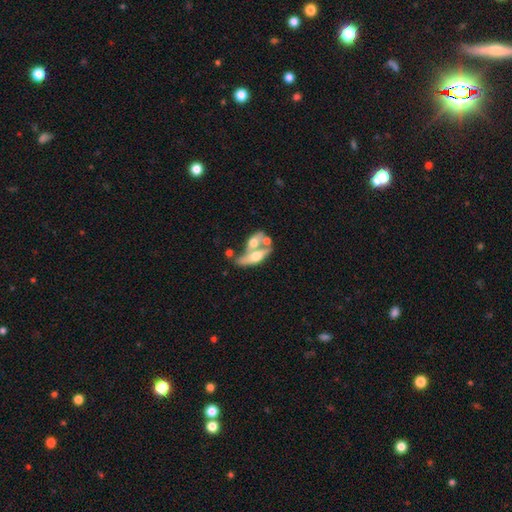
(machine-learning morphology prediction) smooth_or_featured: featured or disk (p=0.54) [alt: smooth p=0.38]
disk_edge_on: yes (p=0.50) [tied with: no p=0.50]
merging: merger (p=0.62) [alt: none p=0.20]